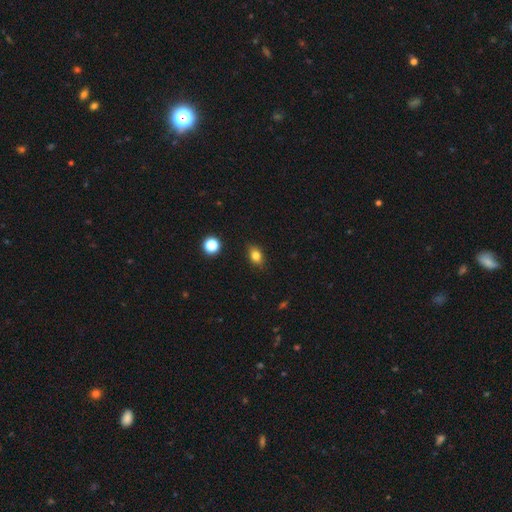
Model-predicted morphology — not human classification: Smooth or featured?
  - smooth: 80% *
  - star or artifact: 12%
  - featured or disk: 9%
How rounded?
  - in between: 73% *
  - round: 24%
  - cigar-shaped: 3%
Merging?
  - none: 85% *
  - minor disturbance: 12%
  - major disturbance: 2%
  - merger: 1%